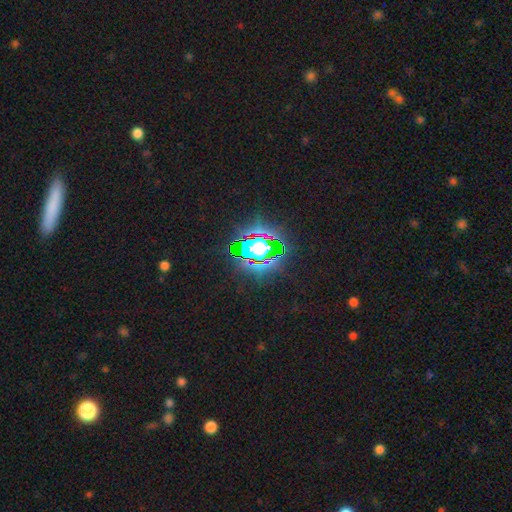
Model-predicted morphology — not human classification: The model was most divided on "smooth or featured": star or artifact: 84%, smooth: 9%, featured or disk: 7%.